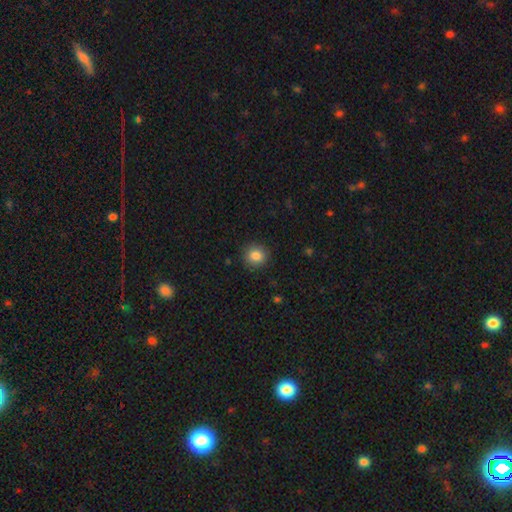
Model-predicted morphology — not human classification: Smooth or featured? smooth (85%)
How rounded? round (90%)
Merging? none (90%)